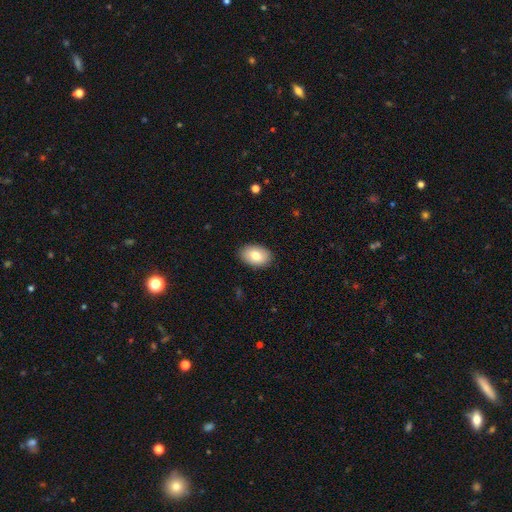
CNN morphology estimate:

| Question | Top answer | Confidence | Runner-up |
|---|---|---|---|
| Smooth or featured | smooth | 78% | featured or disk (16%) |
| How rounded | in between | 88% | round (10%) |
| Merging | none | 88% | minor disturbance (9%) |